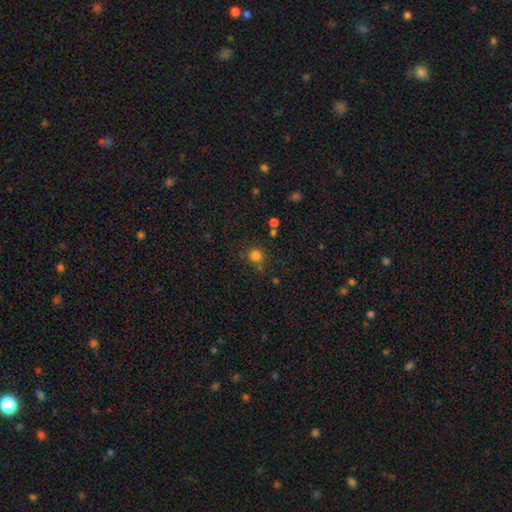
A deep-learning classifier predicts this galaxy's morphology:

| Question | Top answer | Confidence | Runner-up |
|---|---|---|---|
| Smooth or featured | smooth | 80% | star or artifact (15%) |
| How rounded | round | 90% | in between (9%) |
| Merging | none | 75% | minor disturbance (12%) |